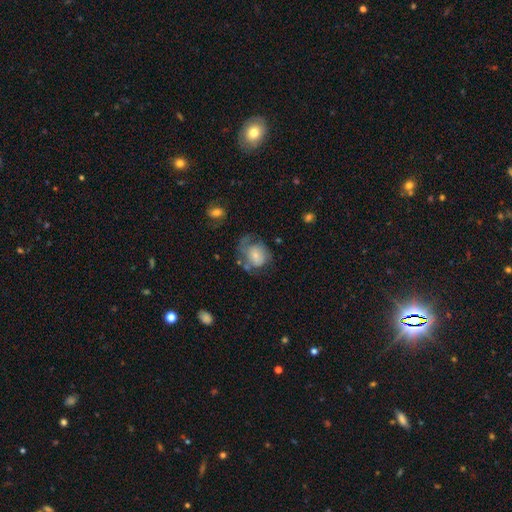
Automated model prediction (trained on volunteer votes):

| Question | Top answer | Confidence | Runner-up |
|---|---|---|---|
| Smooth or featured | smooth | 52% | featured or disk (40%) |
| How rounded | round | 51% | in between (48%) |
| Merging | major disturbance | 35% | none (34%) |